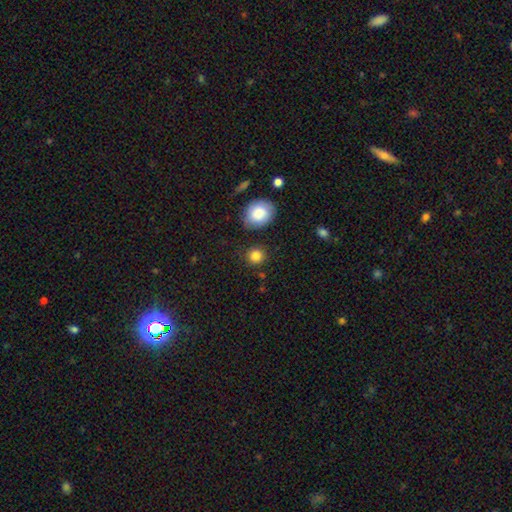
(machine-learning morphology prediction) Q: Smooth or featured?
A: smooth (86%); runner-up: star or artifact (10%)
Q: How rounded?
A: round (89%); runner-up: in between (10%)
Q: Merging?
A: none (84%); runner-up: minor disturbance (9%)